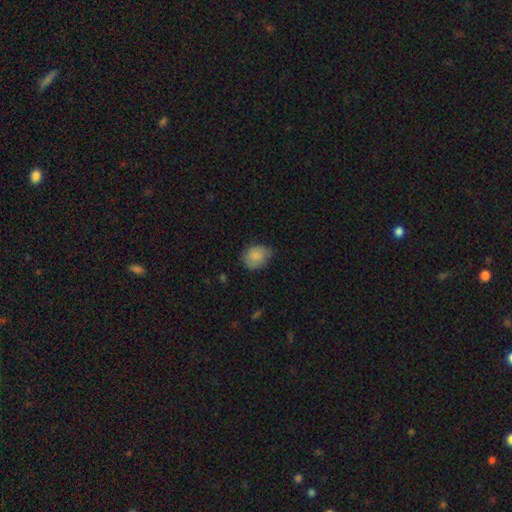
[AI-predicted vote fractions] smooth 81%, featured or disk 11%, star or artifact 7%. Down the decision tree: how rounded — in between (56%); merging — none (64%).